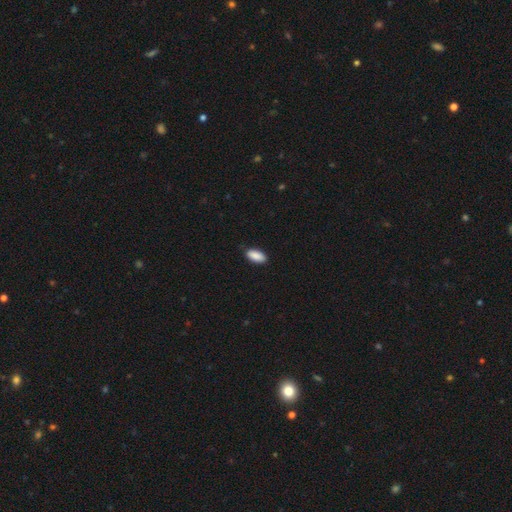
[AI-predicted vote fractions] The model was most divided on "merging": none: 85%, minor disturbance: 12%, major disturbance: 2%, merger: 1%. More confident: smooth or featured — smooth (90%); how rounded — in between (90%).